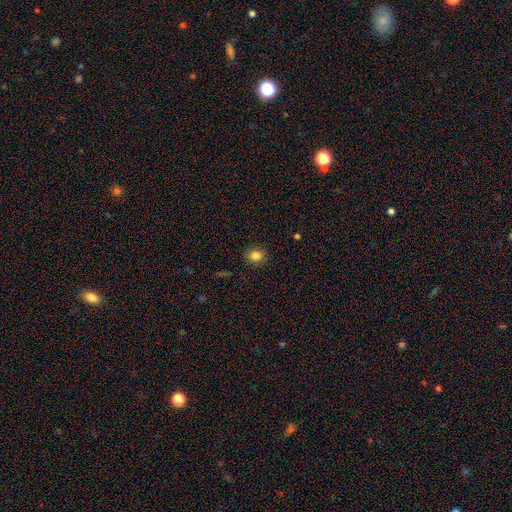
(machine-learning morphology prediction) This is clearly a smooth galaxy (83%). How rounded: likely round (64%). Merging: clearly none (88%).